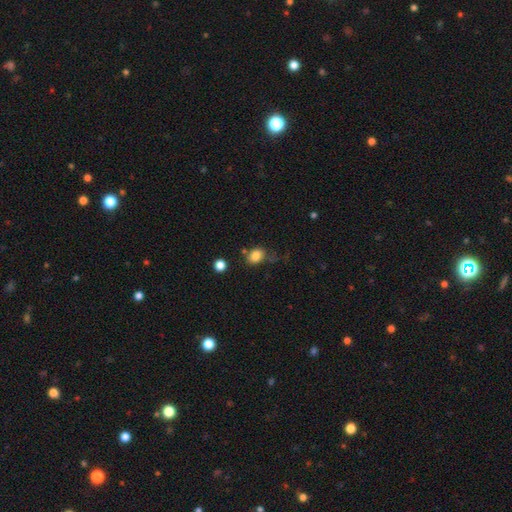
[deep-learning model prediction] The model was most divided on "how rounded": in between: 58%, round: 41%, cigar-shaped: 1%. More confident: smooth or featured — smooth (83%); merging — none (61%).